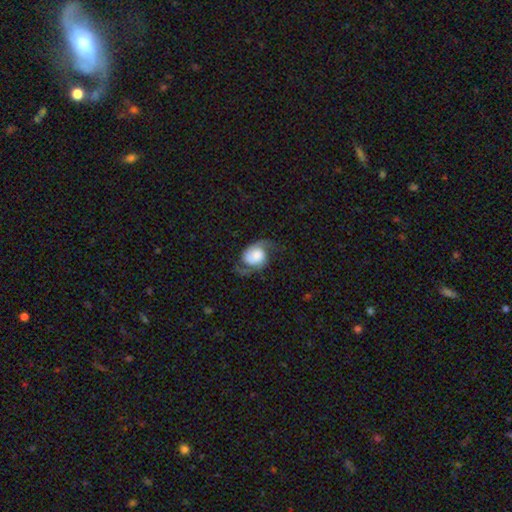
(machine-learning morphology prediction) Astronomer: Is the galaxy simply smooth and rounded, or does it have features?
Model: featured or disk — 72%.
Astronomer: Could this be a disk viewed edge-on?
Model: no — 97%.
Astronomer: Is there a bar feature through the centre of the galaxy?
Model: no — 74%.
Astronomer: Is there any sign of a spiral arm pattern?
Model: yes — 93%.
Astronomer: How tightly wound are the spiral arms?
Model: loose — 47% (runner-up: medium, 38%).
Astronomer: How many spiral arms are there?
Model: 2 — 90%.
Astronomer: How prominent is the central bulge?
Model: large — 33% (runner-up: dominant, 21%).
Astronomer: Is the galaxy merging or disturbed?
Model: none — 61%.